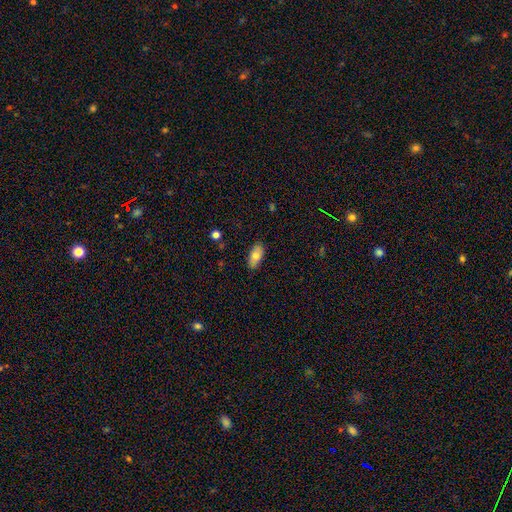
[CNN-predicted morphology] Smooth or featured? Predicted: smooth (p=0.76). How rounded? Predicted: in between (p=0.91). Merging? Predicted: none (p=0.87).